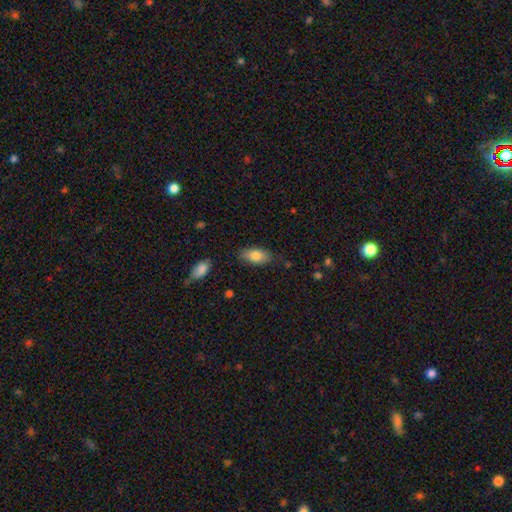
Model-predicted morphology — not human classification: The model was most divided on "smooth or featured": smooth: 80%, featured or disk: 13%, star or artifact: 7%. More confident: how rounded — in between (90%); merging — none (82%).